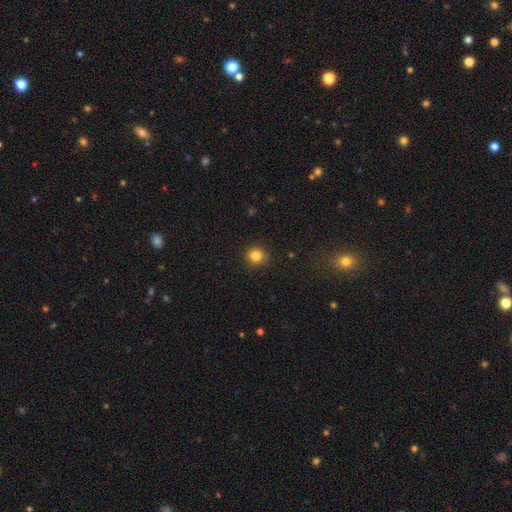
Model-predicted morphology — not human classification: This is clearly a smooth galaxy (83%). How rounded: clearly round (89%). Merging: clearly none (87%).